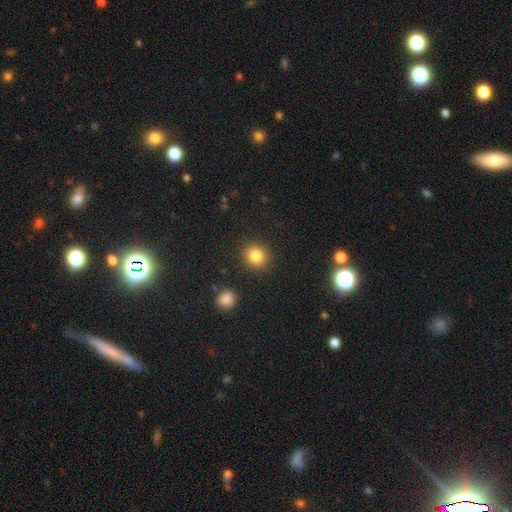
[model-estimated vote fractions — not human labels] Smooth or featured: smooth — 83% (star or artifact — 11%)
How rounded: round — 83% (in between — 16%)
Merging: none — 89% (minor disturbance — 7%)